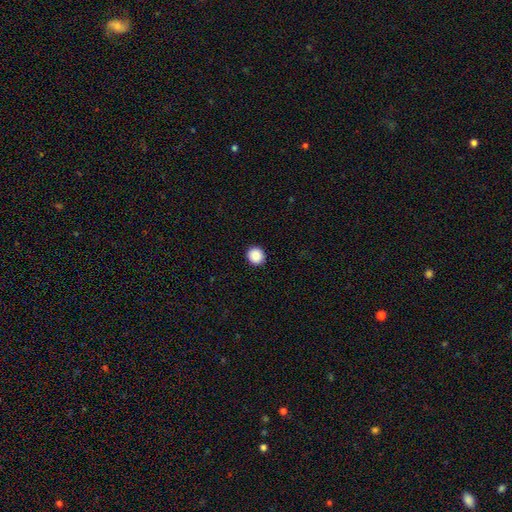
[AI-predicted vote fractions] smooth_or_featured: smooth (p=0.88) [alt: star or artifact p=0.09]
how_rounded: round (p=0.91) [alt: in between p=0.08]
merging: none (p=0.93) [alt: minor disturbance p=0.04]